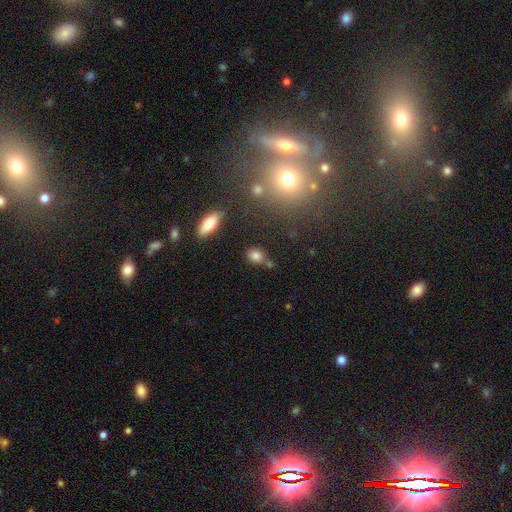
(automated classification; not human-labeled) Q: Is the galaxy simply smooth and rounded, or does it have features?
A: smooth — 80%.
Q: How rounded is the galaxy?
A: in between — 52%.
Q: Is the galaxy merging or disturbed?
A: none — 63%.